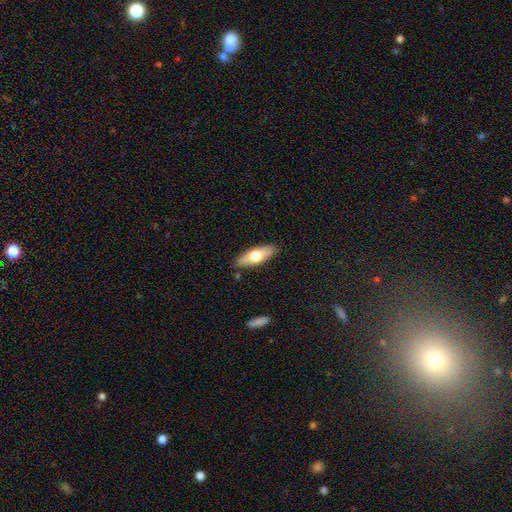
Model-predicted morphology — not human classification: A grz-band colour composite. It shows a smooth galaxy with no disk features (61%) that is in between round and cigar-shaped (60%). Merging: none (87%).